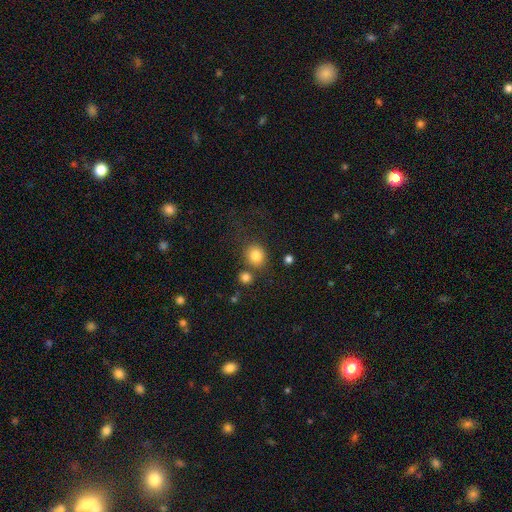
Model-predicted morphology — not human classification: smooth 83%, star or artifact 11%, featured or disk 6%. Down the decision tree: how rounded — round (79%); merging — none (69%).